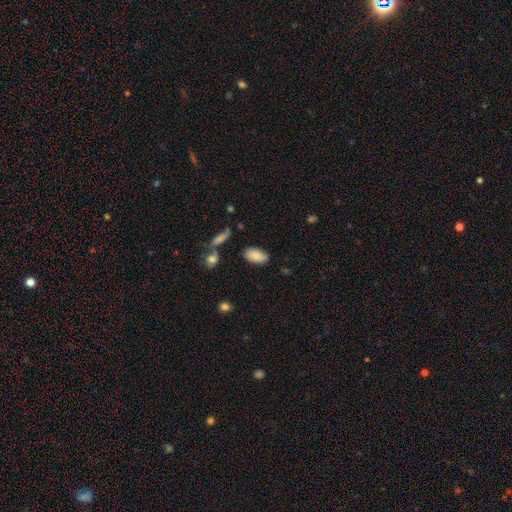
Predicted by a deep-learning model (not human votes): Smooth or featured? smooth (85%)
How rounded? in between (94%)
Merging? none (77%)